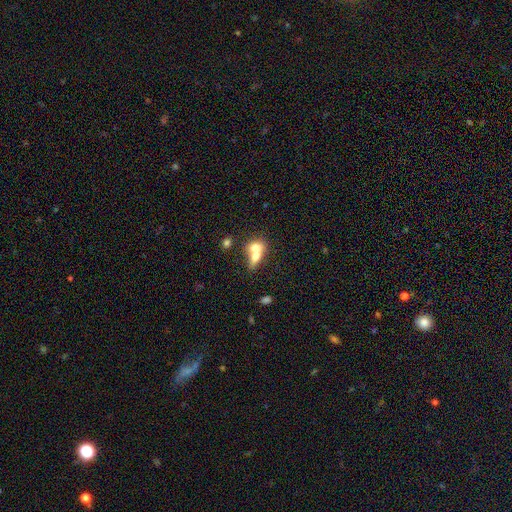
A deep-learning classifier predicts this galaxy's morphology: The model was most divided on "how rounded": in between: 54%, round: 40%, cigar-shaped: 6%. More confident: merging — merger (72%); smooth or featured — smooth (67%).